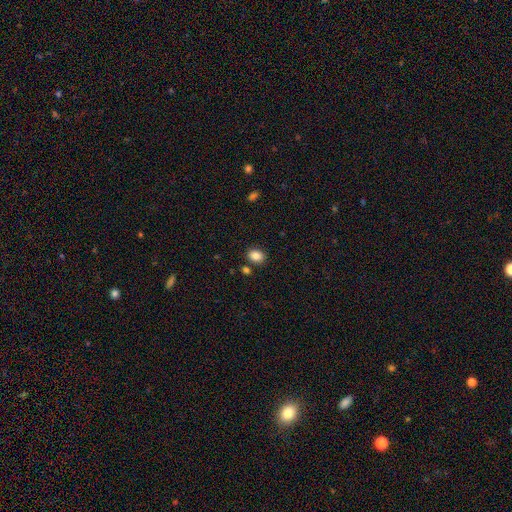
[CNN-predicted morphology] A smooth galaxy with no disk features (86%) that is in between round and cigar-shaped (62%).

Vote fractions:
- Smooth or featured? smooth: 86% / star or artifact: 9% / featured or disk: 5%
- How rounded? in between: 62% / round: 37% / cigar-shaped: 1%
- Merging? none: 83% / minor disturbance: 9% / merger: 5% / major disturbance: 3%